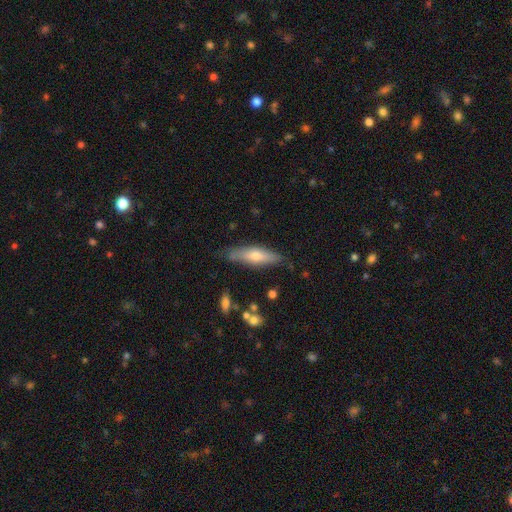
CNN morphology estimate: Overall: smooth (56%; featured or disk 38%). How rounded: cigar-shaped (65%; in between 33%). Merging: none (76%).